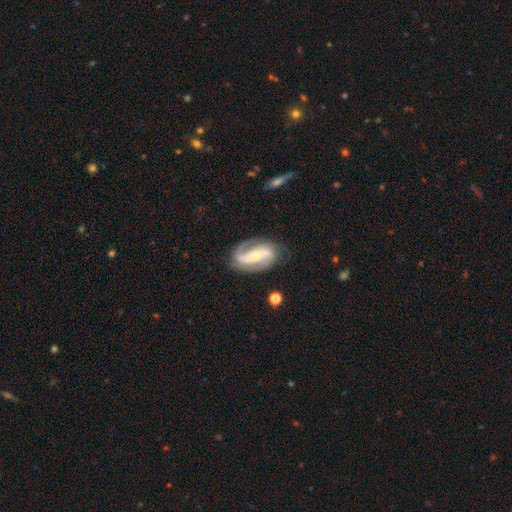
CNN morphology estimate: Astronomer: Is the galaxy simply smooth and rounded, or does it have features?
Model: featured or disk — 86%.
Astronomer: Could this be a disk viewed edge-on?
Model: no — 95%.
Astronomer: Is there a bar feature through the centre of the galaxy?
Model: strong — 56%.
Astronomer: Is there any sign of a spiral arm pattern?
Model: yes — 95%.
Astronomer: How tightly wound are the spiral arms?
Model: medium — 43% (runner-up: tight, 30%).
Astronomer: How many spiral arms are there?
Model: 2 — 83%.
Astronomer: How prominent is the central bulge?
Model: small — 61%.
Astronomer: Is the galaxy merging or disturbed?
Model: none — 76%.